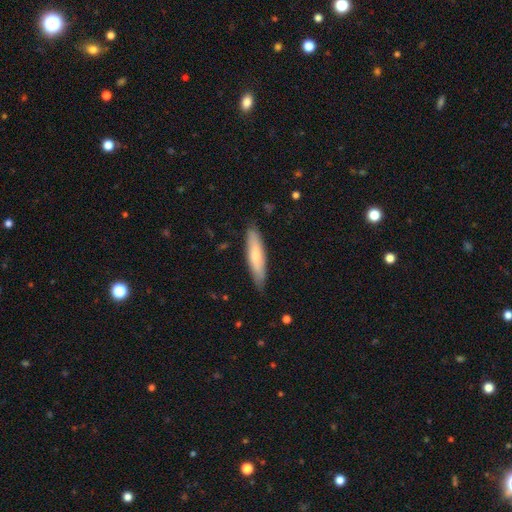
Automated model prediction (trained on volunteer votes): Smooth or featured? smooth (69%)
How rounded? cigar-shaped (78%)
Merging? none (83%)